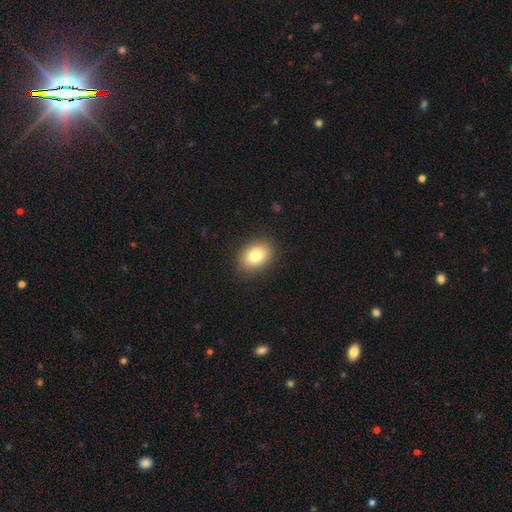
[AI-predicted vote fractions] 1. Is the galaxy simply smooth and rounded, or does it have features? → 81% smooth, 10% featured or disk, 9% star or artifact.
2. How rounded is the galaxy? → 69% in between, 30% round, 1% cigar-shaped.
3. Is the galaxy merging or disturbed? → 89% none, 8% minor disturbance, 2% major disturbance, 1% merger.